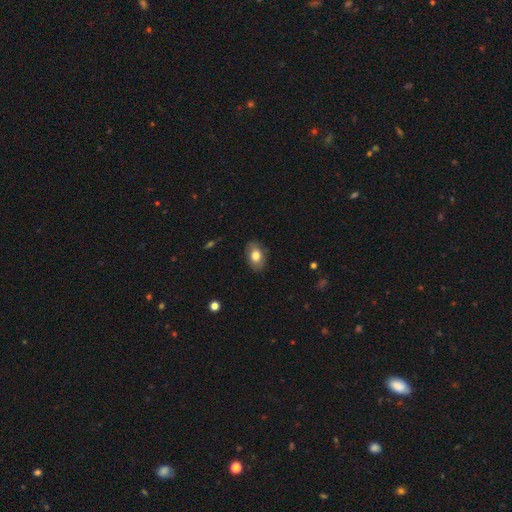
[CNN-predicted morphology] The model was most divided on "smooth or featured": smooth: 77%, featured or disk: 15%, star or artifact: 7%. More confident: how rounded — in between (85%); merging — none (83%).